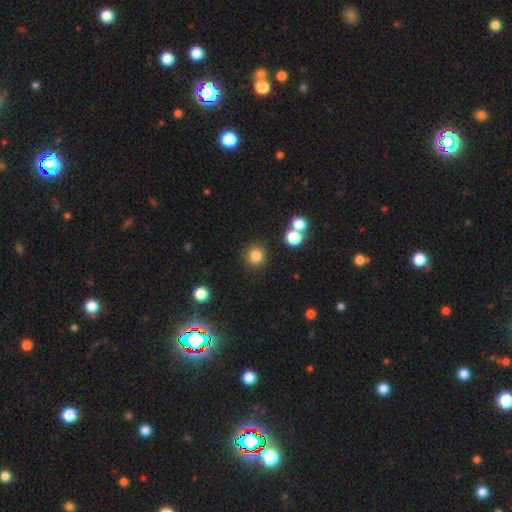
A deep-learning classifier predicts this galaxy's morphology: This appears to be a smooth galaxy with no disk features (82%) that is round (92%). Merging: none (85%).